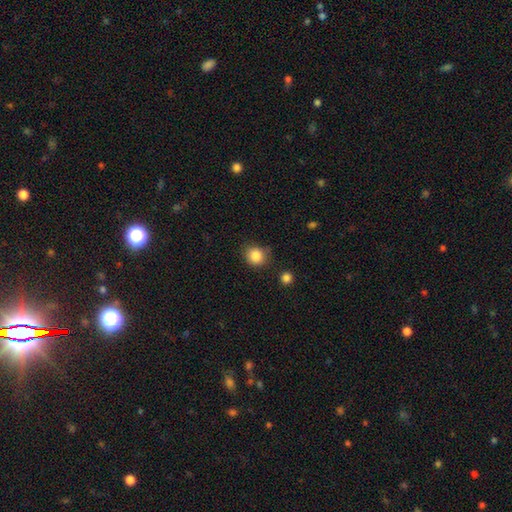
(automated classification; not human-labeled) Smooth or featured?
  - smooth: 86% *
  - star or artifact: 10%
  - featured or disk: 4%
How rounded?
  - round: 82% *
  - in between: 18%
  - cigar-shaped: 1%
Merging?
  - none: 75% *
  - minor disturbance: 16%
  - major disturbance: 4%
  - merger: 4%